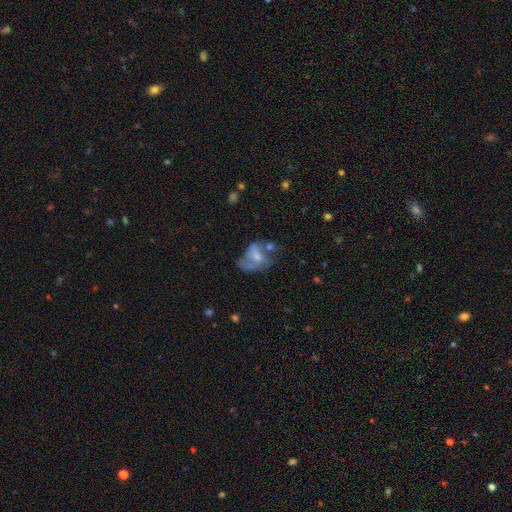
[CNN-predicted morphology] Overall: smooth (50%; featured or disk 39%). How rounded: in between (76%). Merging: major disturbance (33%; merger 23%).